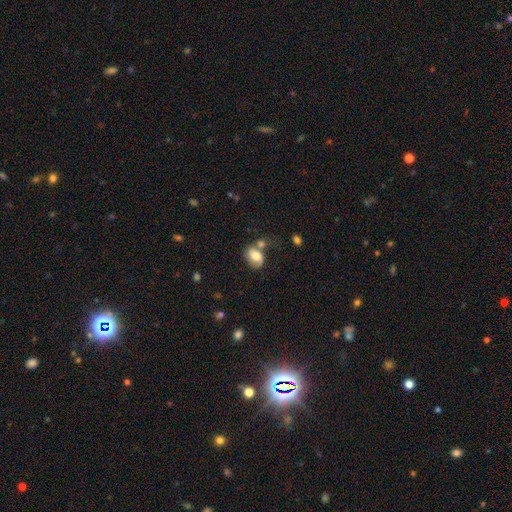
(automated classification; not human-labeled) The model was most divided on "merging": none: 34%, merger: 29%, minor disturbance: 22%, major disturbance: 15%. More confident: how rounded — in between (75%); smooth or featured — smooth (66%).